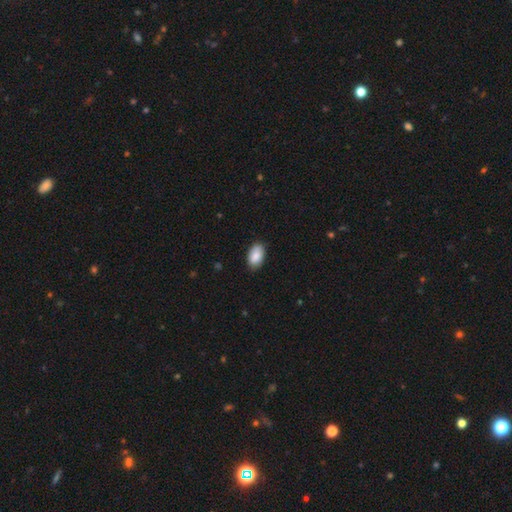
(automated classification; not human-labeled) This is clearly a smooth galaxy (88%). How rounded: clearly in between (94%). Merging: clearly none (86%).